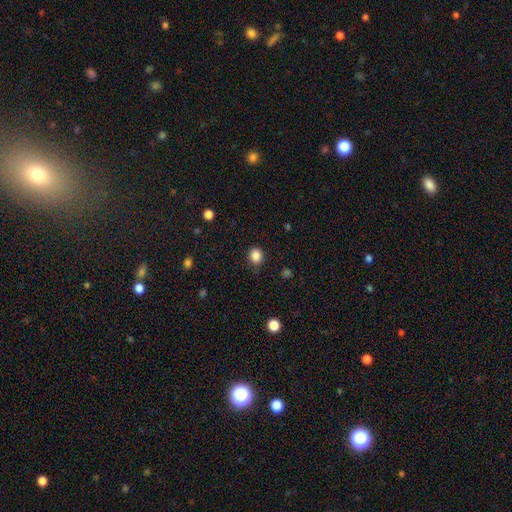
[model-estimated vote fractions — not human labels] smooth-or-featured: smooth: 86% | star or artifact: 11% | featured or disk: 3%
  how-rounded: round: 72% | in between: 27% | cigar-shaped: 1%
  merging: none: 85% | minor disturbance: 11% | major disturbance: 3% | merger: 1%